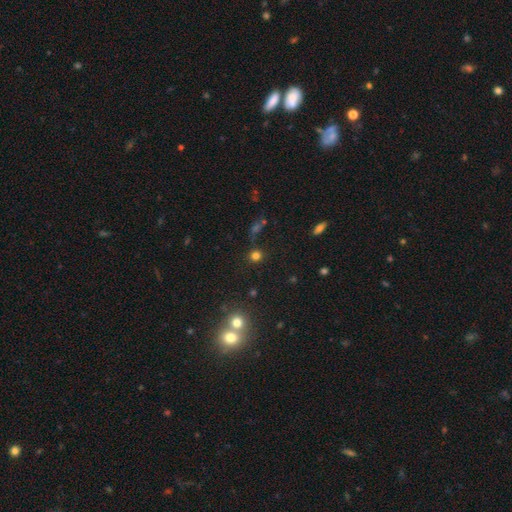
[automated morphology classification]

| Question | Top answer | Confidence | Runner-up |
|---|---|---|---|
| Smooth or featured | smooth | 74% | star or artifact (21%) |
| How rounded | round | 89% | in between (10%) |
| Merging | none | 81% | minor disturbance (9%) |